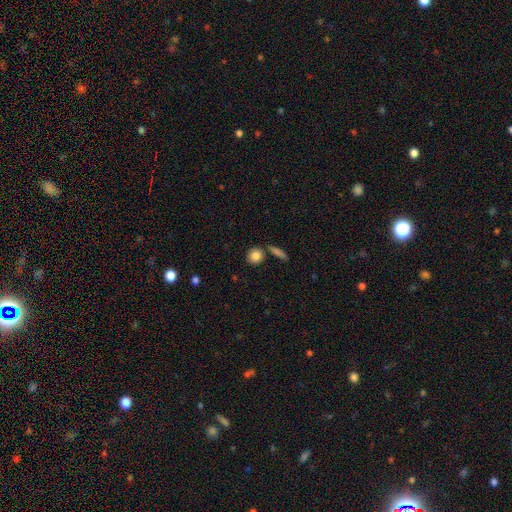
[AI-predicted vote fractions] A smooth galaxy with no disk features (84%) that is round (83%). Merging: none (77%).